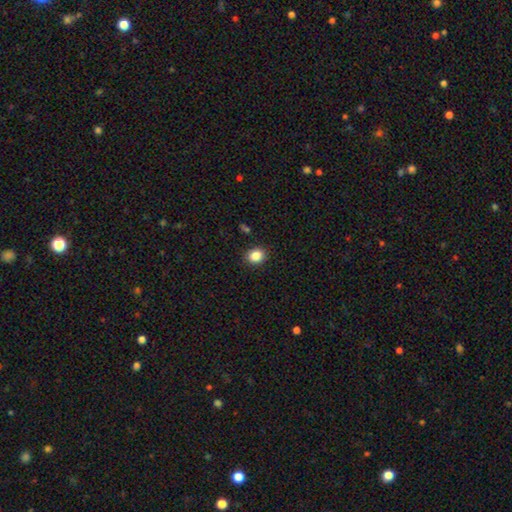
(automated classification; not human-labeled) Overall: smooth (86%). How rounded: round (63%; in between 37%). Merging: none (90%).